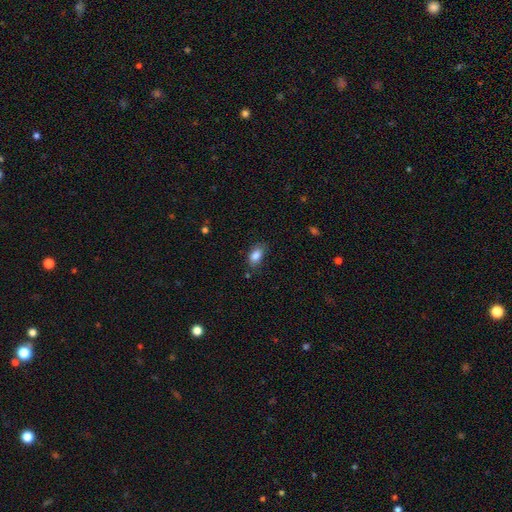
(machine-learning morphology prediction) This appears to be a smooth galaxy with no disk features (85%) that is in between round and cigar-shaped (89%). Merging: none (74%).